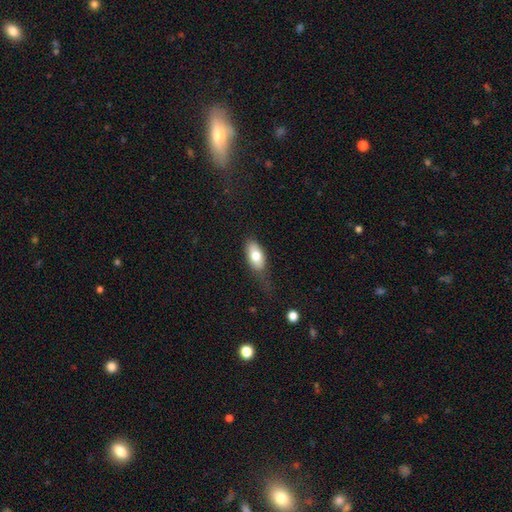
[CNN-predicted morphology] Overall: smooth (74%). How rounded: in between (88%). Merging: none (55%; minor disturbance 29%).